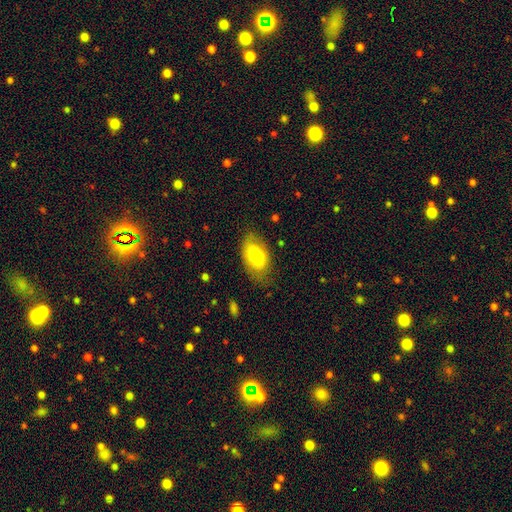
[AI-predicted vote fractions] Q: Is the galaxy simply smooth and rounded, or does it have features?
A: smooth — 72%.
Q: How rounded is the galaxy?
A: in between — 92%.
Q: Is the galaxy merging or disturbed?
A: none — 70%.